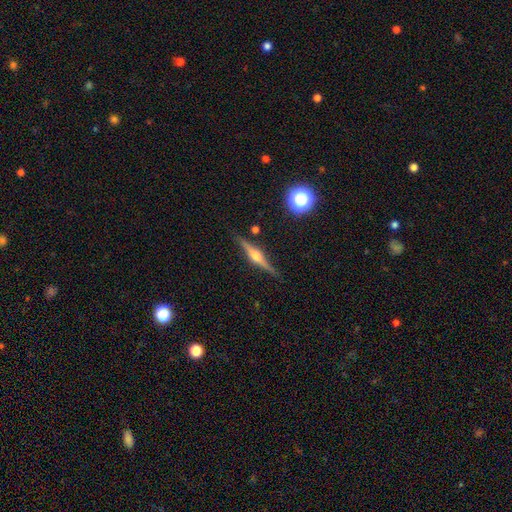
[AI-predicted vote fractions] Smooth or featured: featured or disk — 81% (smooth — 12%)
Edge-on disk: yes — 98% (no — 2%)
Edge-on bulge: rounded — 91% (boxy — 7%)
Merging: none — 88% (minor disturbance — 8%)